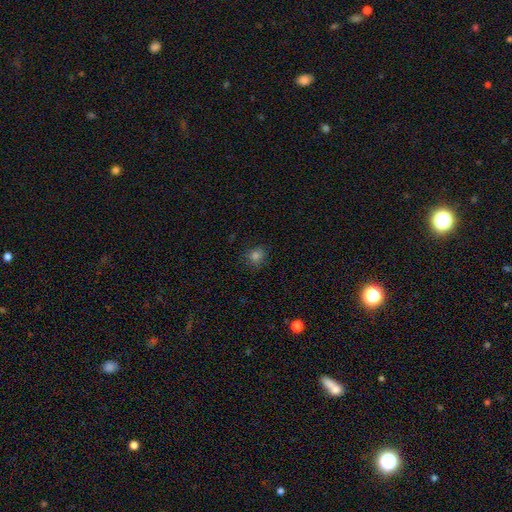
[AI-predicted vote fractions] smooth-or-featured: smooth: 78% | star or artifact: 17% | featured or disk: 5%
  how-rounded: round: 76% | in between: 23% | cigar-shaped: 1%
  merging: none: 84% | minor disturbance: 12% | major disturbance: 3% | merger: 1%